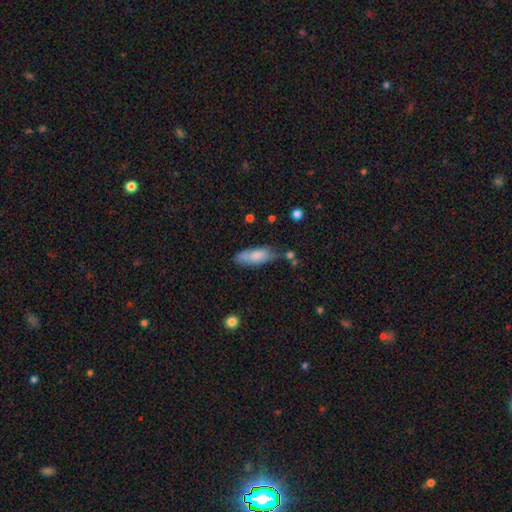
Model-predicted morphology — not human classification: smooth 75%, featured or disk 19%, star or artifact 6%. Down the decision tree: how rounded — in between (72%); merging — none (58%).